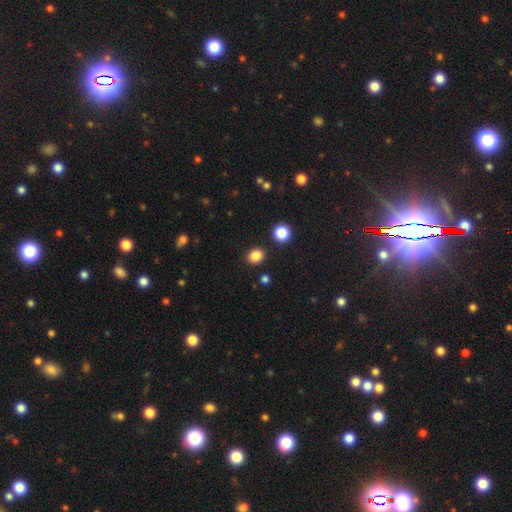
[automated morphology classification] The model was most divided on "how rounded": round: 70%, in between: 29%, cigar-shaped: 1%. More confident: merging — none (88%); smooth or featured — smooth (84%).